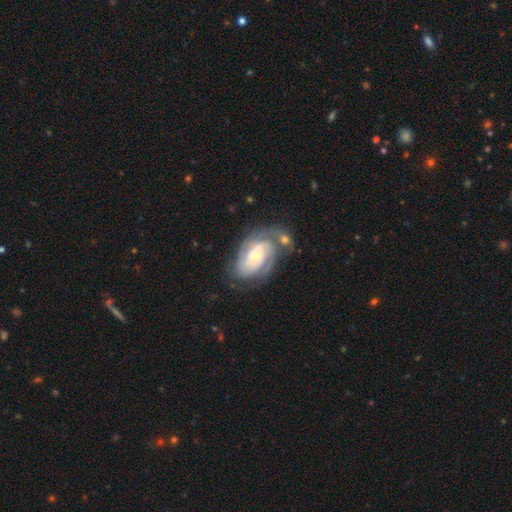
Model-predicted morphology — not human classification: smooth_or_featured: featured or disk (p=0.83) [alt: smooth p=0.12]
disk_edge_on: no (p=0.96) [alt: yes p=0.04]
bar: no (p=0.66) [alt: weak p=0.26]
has_spiral_arms: yes (p=0.94) [alt: no p=0.06]
spiral_winding: tight (p=0.64) [alt: medium p=0.28]
spiral_arm_count: 2 (p=0.37) [alt: can't tell p=0.29]
bulge_size: small (p=0.54) [alt: moderate p=0.40]
merging: none (p=0.54) [alt: minor disturbance p=0.21]